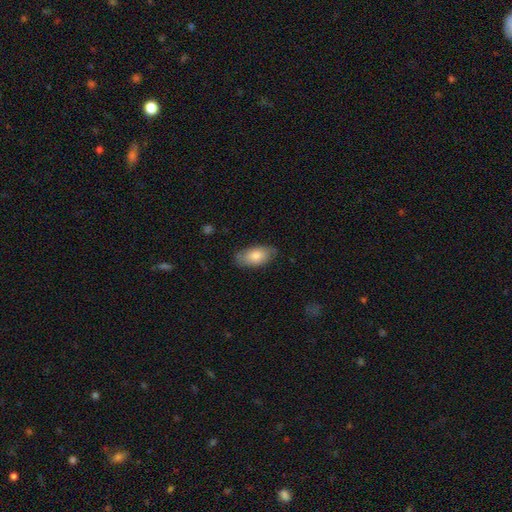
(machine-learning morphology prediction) Overall: smooth (76%). How rounded: in between (92%). Merging: none (79%).